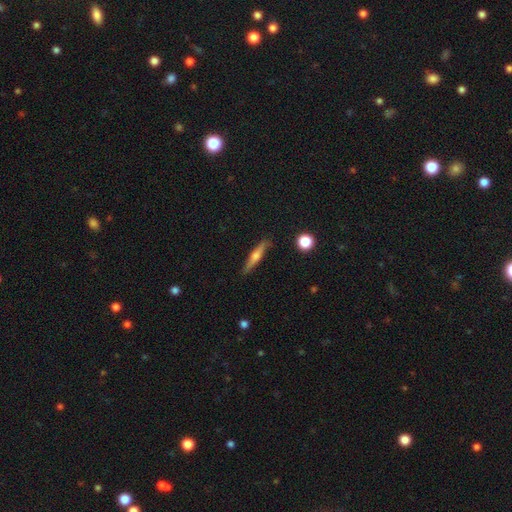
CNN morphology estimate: Smooth or featured? featured or disk (51%)
Edge-on disk? yes (95%)
Merging? none (85%)